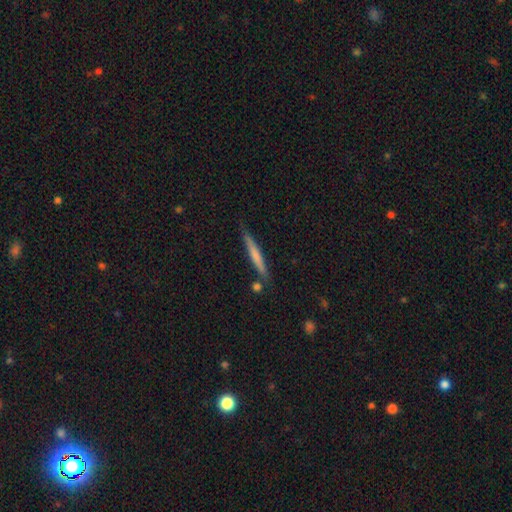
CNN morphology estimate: Smooth or featured? smooth (58%)
How rounded? cigar-shaped (95%)
Merging? none (80%)